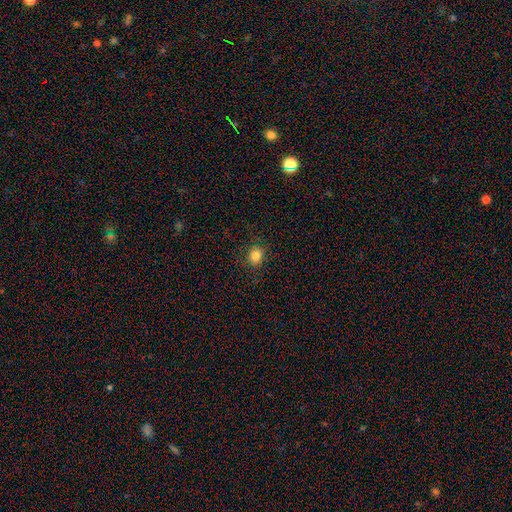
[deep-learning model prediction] Q: Smooth or featured?
A: smooth (83%); runner-up: star or artifact (12%)
Q: How rounded?
A: round (76%); runner-up: in between (23%)
Q: Merging?
A: none (87%); runner-up: minor disturbance (9%)